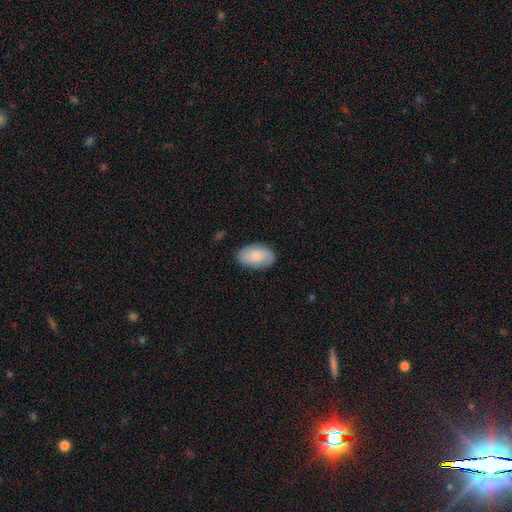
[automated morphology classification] type=smooth (77%); roundness=in between (93%); merging=none (84%).